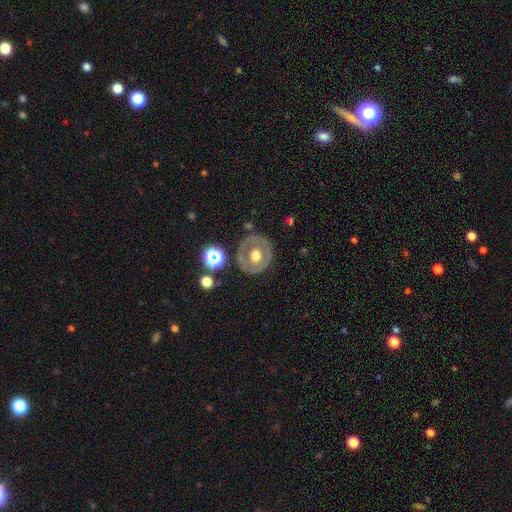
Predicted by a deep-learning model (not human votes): This appears to be a featured or disk galaxy (51%). Merging: none (79%).